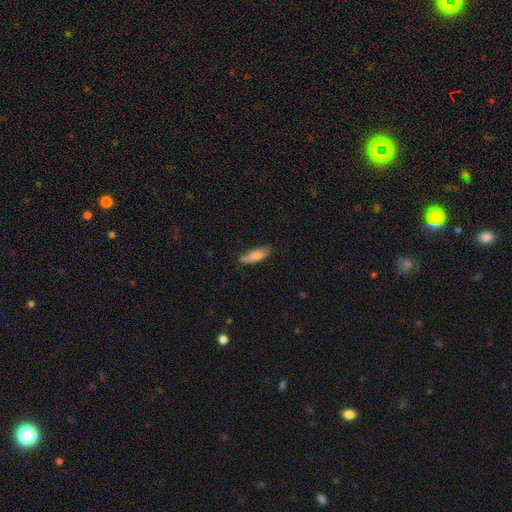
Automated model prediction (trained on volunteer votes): A smooth galaxy with no disk features (81%) that is in between round and cigar-shaped (53%). Merging: none (72%).